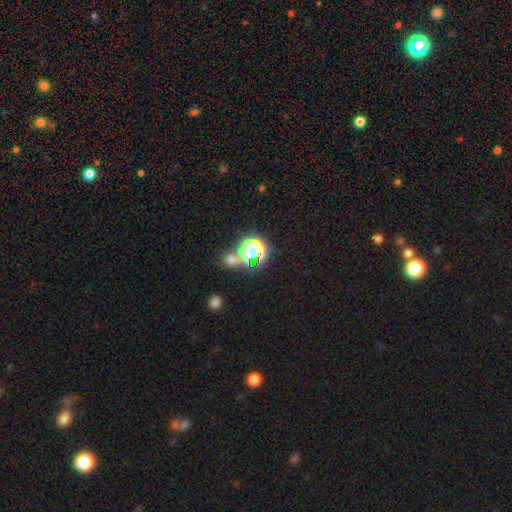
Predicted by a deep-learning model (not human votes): Overall: star or artifact (54%; smooth 36%).